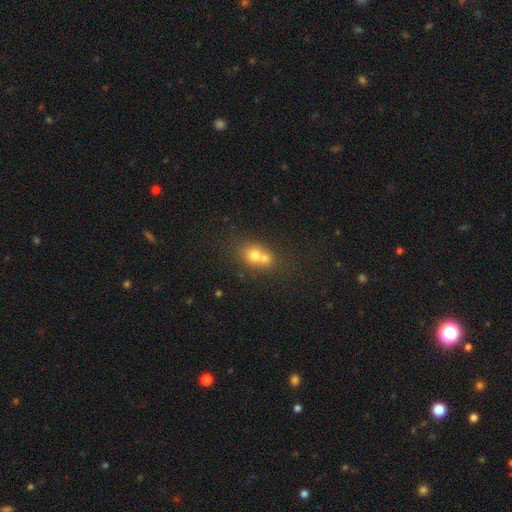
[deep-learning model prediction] A smooth galaxy with no disk features (65%) that is round (68%).

Vote fractions:
- Smooth or featured? smooth: 65% / featured or disk: 19% / star or artifact: 16%
- How rounded? round: 68% / in between: 31% / cigar-shaped: 1%
- Merging? merger: 59% / none: 31% / minor disturbance: 7% / major disturbance: 3%